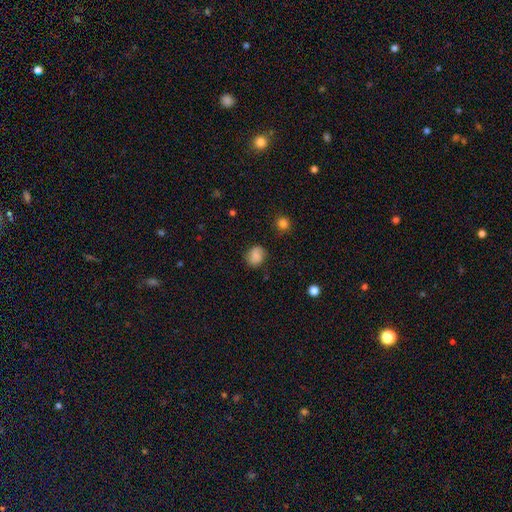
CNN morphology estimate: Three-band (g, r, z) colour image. It shows a smooth galaxy with no disk features (79%) that is round (60%). Merging: none (74%).